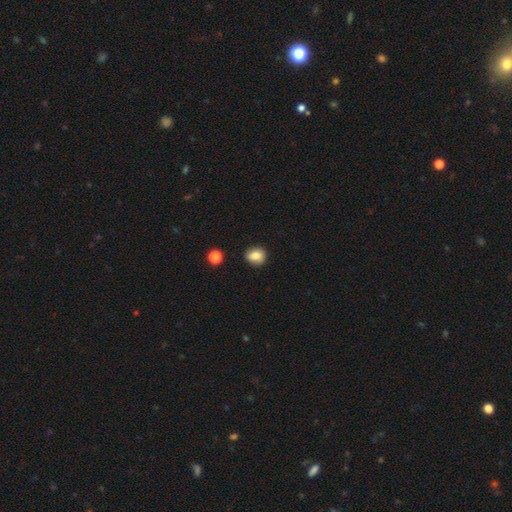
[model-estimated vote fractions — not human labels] Smooth or featured? Predicted: smooth (p=0.81). How rounded? Predicted: round (p=0.71). Merging? Predicted: none (p=0.82).